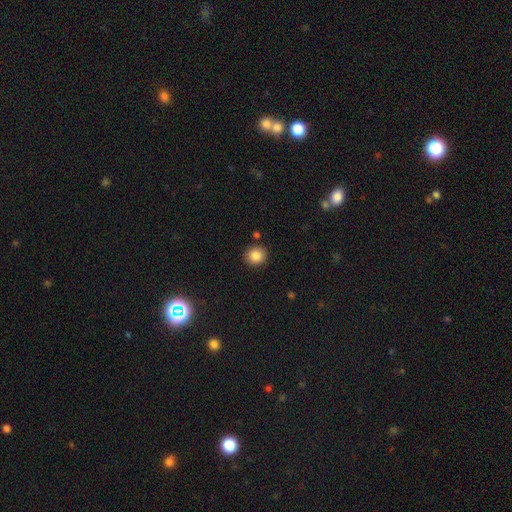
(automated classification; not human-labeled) This is clearly a smooth galaxy (85%). How rounded: clearly round (84%). Merging: clearly none (88%).